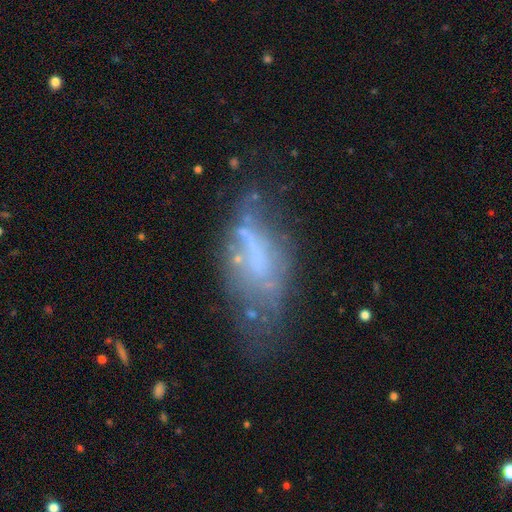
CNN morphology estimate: type=featured or disk (50%); merging=none (35%).